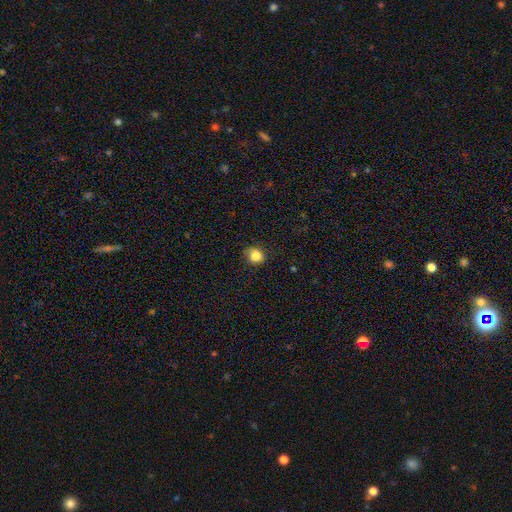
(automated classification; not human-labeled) Smooth or featured? Predicted: smooth (p=0.84). How rounded? Predicted: round (p=0.70). Merging? Predicted: none (p=0.74).